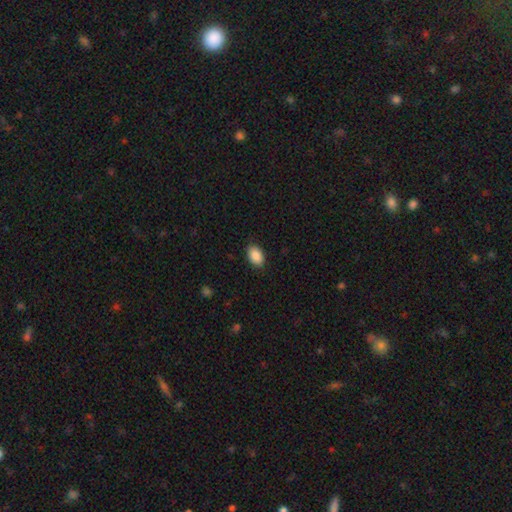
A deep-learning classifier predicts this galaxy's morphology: smooth 89%, star or artifact 7%, featured or disk 4%. Down the decision tree: how rounded — in between (89%); merging — none (87%).